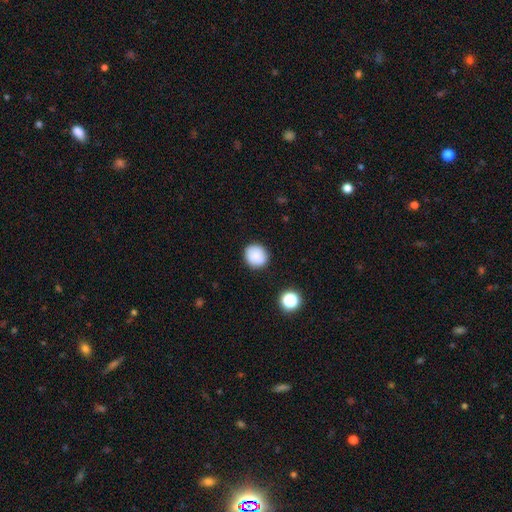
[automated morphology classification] Smooth or featured?
  - smooth: 85% *
  - star or artifact: 9%
  - featured or disk: 6%
How rounded?
  - round: 78% *
  - in between: 21%
  - cigar-shaped: 1%
Merging?
  - none: 85% *
  - minor disturbance: 10%
  - major disturbance: 3%
  - merger: 2%